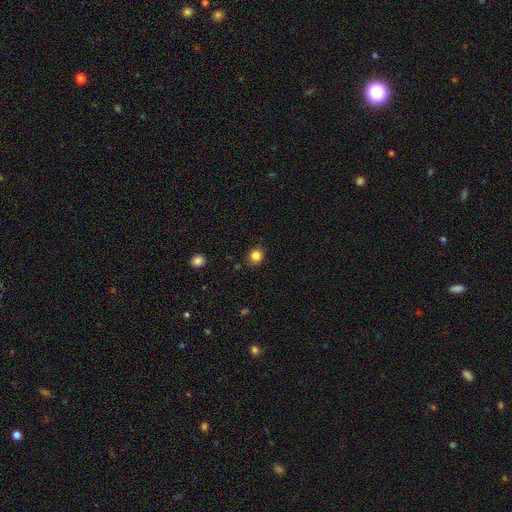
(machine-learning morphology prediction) Overall: smooth (84%). How rounded: round (79%). Merging: none (87%).